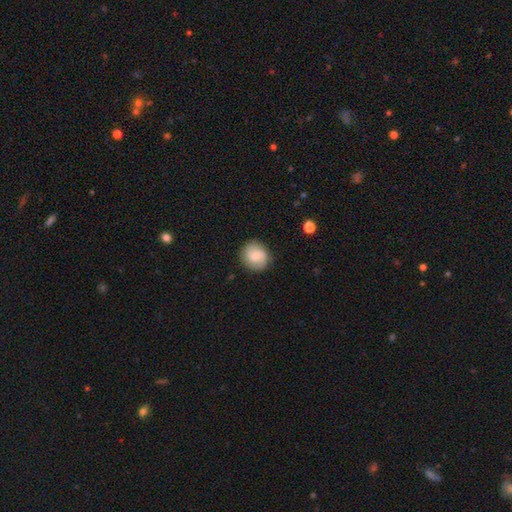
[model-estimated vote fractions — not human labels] Morphology: type=smooth (59%); roundness=round (85%); merging=none (85%).